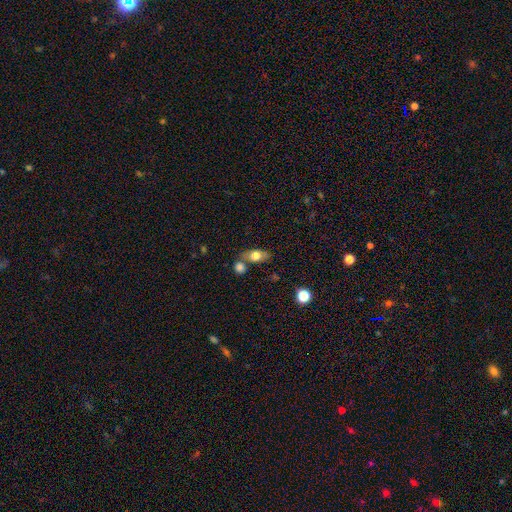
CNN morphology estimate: smooth 70%, featured or disk 22%, star or artifact 8%. Down the decision tree: how rounded — in between (78%); merging — none (61%).